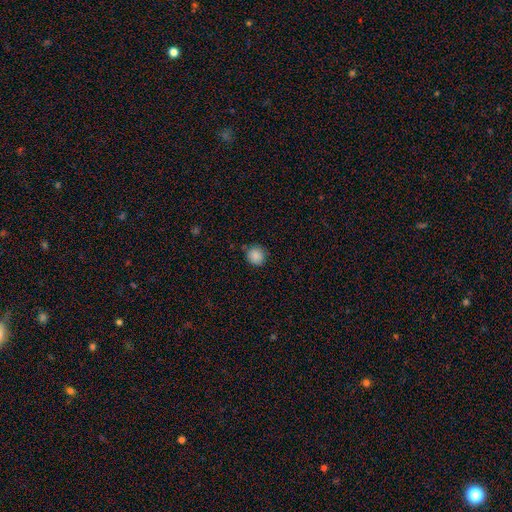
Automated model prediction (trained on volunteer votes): This is clearly a smooth galaxy (88%). How rounded: clearly round (90%). Merging: clearly none (81%).